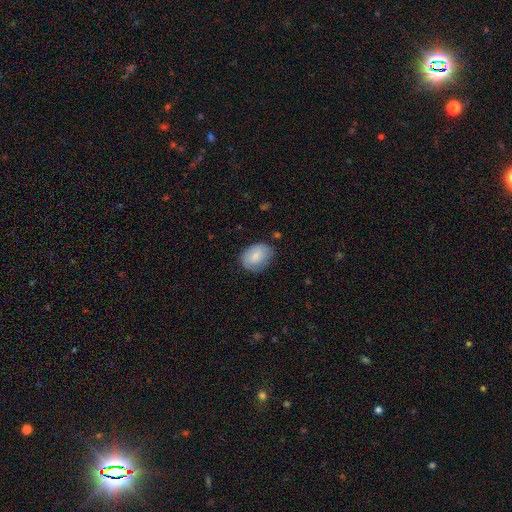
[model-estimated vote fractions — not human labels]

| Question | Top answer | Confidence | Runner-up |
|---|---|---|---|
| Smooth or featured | smooth | 77% | featured or disk (17%) |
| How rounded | in between | 68% | round (31%) |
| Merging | none | 70% | minor disturbance (23%) |